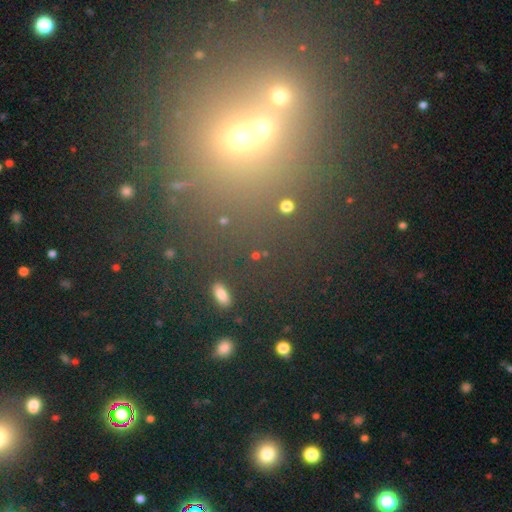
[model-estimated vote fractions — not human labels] star or artifact 50%, smooth 38%, featured or disk 12%.